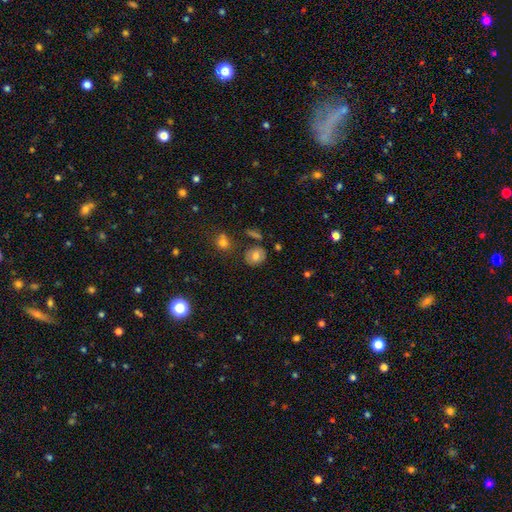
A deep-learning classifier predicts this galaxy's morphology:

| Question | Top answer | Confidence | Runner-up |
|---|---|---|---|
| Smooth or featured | smooth | 73% | featured or disk (16%) |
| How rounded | round | 72% | in between (27%) |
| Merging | none | 75% | minor disturbance (15%) |